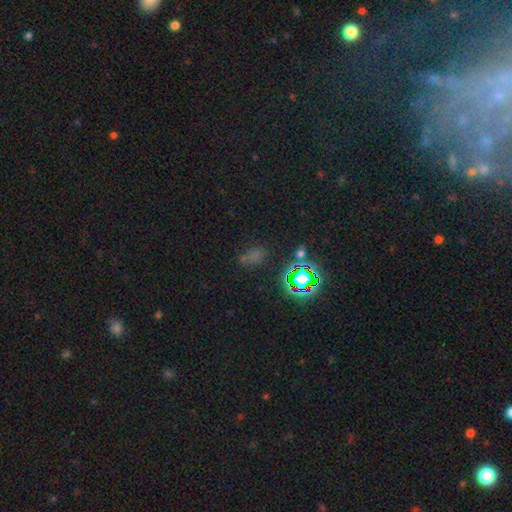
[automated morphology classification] smooth_or_featured: star or artifact (p=0.51) [alt: smooth p=0.41]